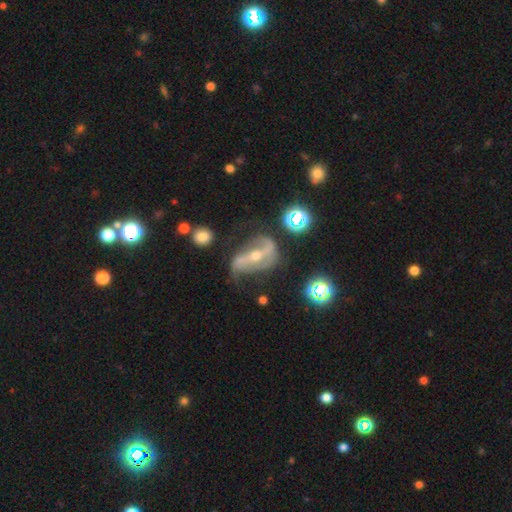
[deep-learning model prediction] This is clearly a featured or disk galaxy (83%). It is clearly not viewed edge-on (91%). Bar: likely strong (64%). Spiral arm pattern: clearly yes (91%). Spiral arm count: clearly 2 (86%). Spiral winding: possibly loose (58%). Central bulge: possibly small (49%). Merging: possibly none (53%).